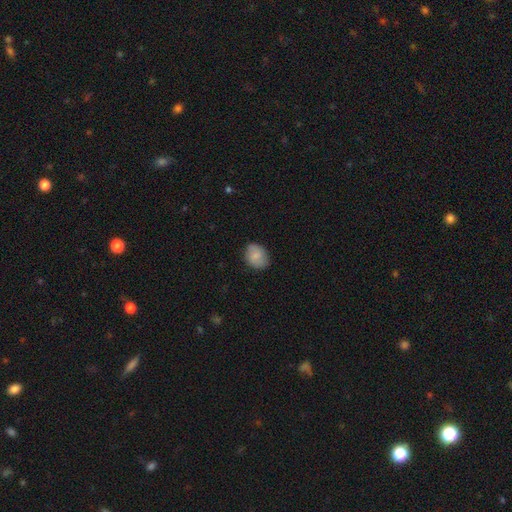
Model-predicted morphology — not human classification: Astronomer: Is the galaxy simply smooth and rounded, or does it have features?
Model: smooth — 77%.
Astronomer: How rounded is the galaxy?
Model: in between — 52% (runner-up: round, 47%).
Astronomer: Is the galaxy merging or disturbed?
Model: none — 80%.